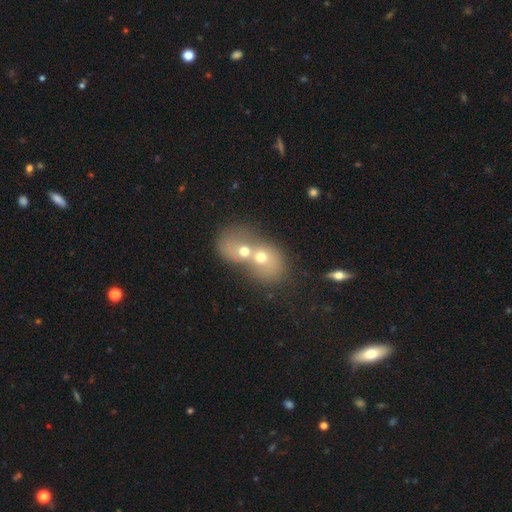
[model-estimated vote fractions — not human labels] This is possibly a smooth galaxy (52%). How rounded: possibly round (52%). Merging: likely merger (78%).